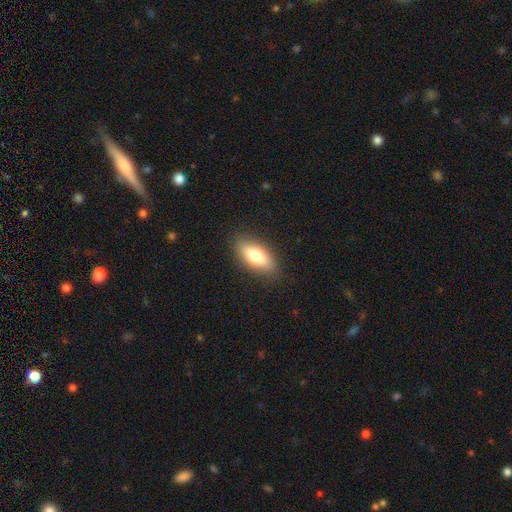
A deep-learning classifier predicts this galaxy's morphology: Smooth or featured? smooth (78%)
How rounded? in between (80%)
Merging? none (86%)